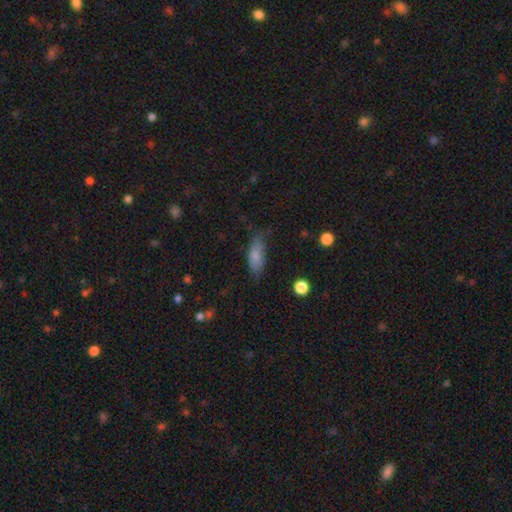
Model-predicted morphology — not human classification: Smooth or featured? Predicted: smooth (p=0.79). How rounded? Predicted: in between (p=0.72). Merging? Predicted: none (p=0.68).